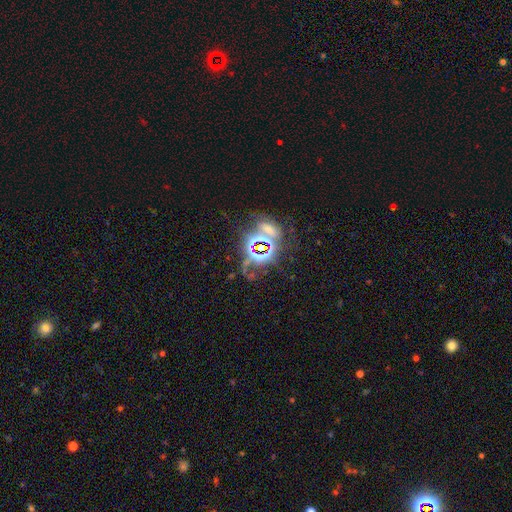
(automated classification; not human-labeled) Q: Smooth or featured?
A: star or artifact (74%); runner-up: featured or disk (14%)